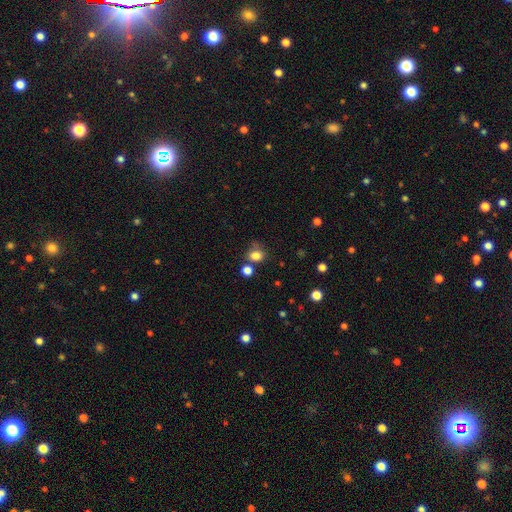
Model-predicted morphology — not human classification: smooth 81%, star or artifact 13%, featured or disk 6%. Down the decision tree: how rounded — round (57%); merging — none (58%).